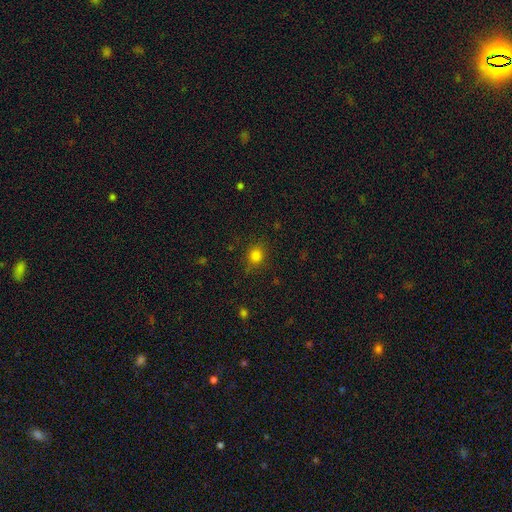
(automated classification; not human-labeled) Smooth or featured: smooth — 81% (star or artifact — 14%)
How rounded: round — 75% (in between — 24%)
Merging: none — 83% (minor disturbance — 12%)